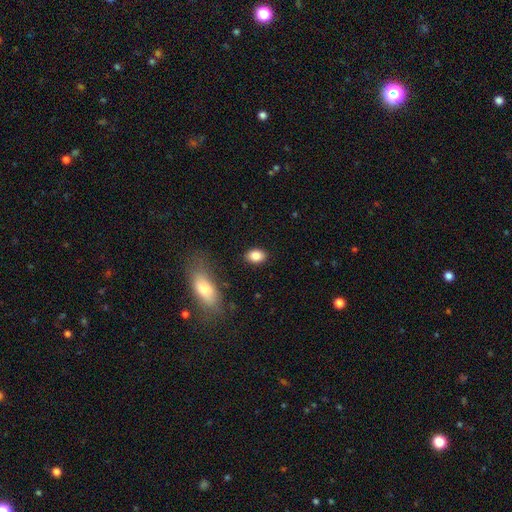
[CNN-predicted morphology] Overall: smooth (85%). How rounded: in between (82%). Merging: none (87%).